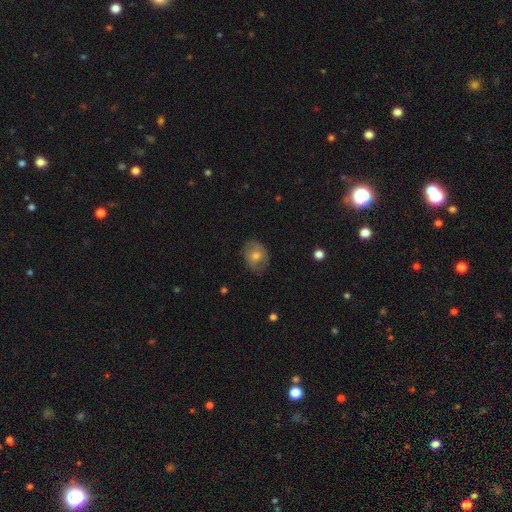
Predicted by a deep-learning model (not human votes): smooth 66%, featured or disk 26%, star or artifact 8%. Down the decision tree: how rounded — in between (55%); merging — none (73%).